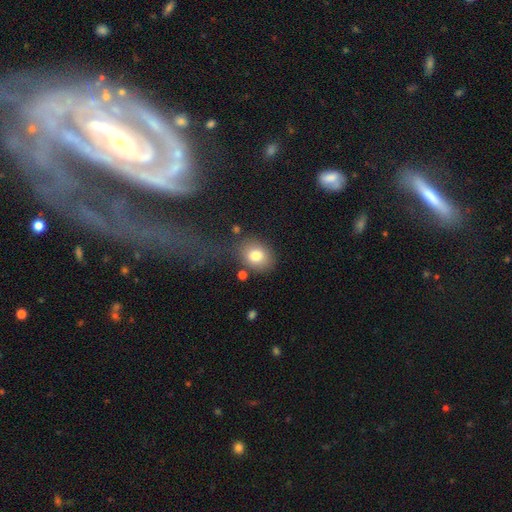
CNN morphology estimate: This is likely a smooth galaxy (80%). How rounded: possibly in between (52%). Merging: likely none (73%).